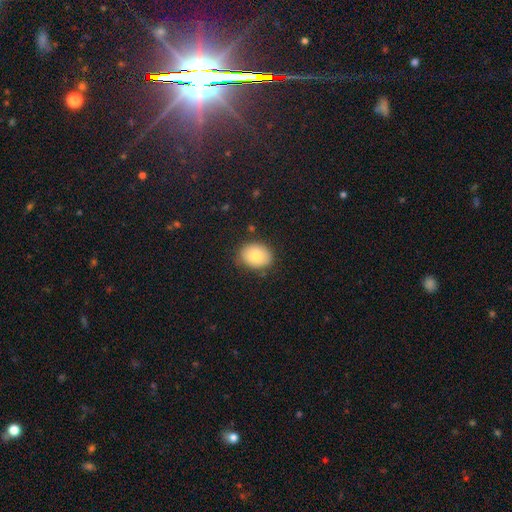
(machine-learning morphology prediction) Smooth or featured? smooth (83%)
How rounded? in between (61%)
Merging? none (81%)